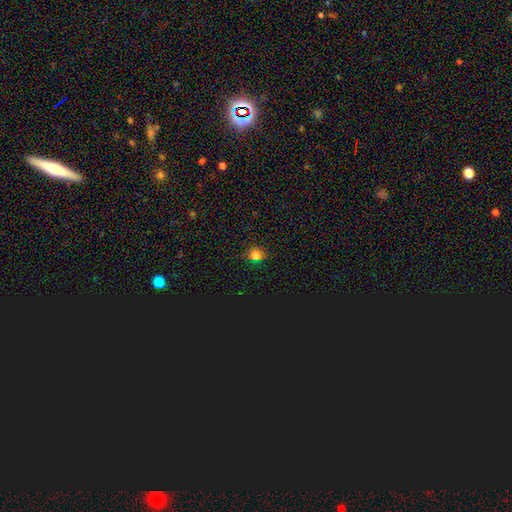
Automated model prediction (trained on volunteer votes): Overall: smooth (71%). How rounded: round (77%). Merging: none (85%).